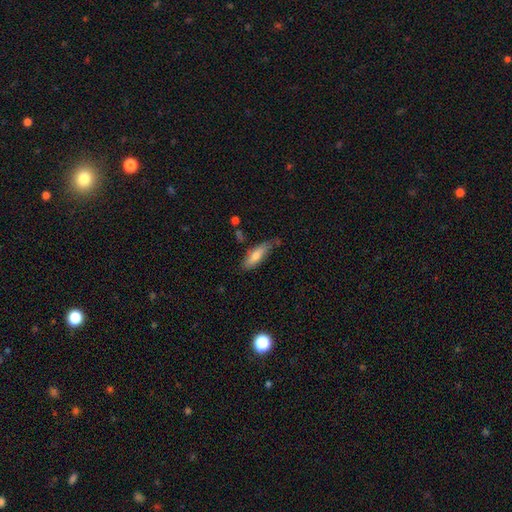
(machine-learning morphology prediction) A smooth galaxy with no disk features (71%) that is in between round and cigar-shaped (52%). Merging: none (62%).